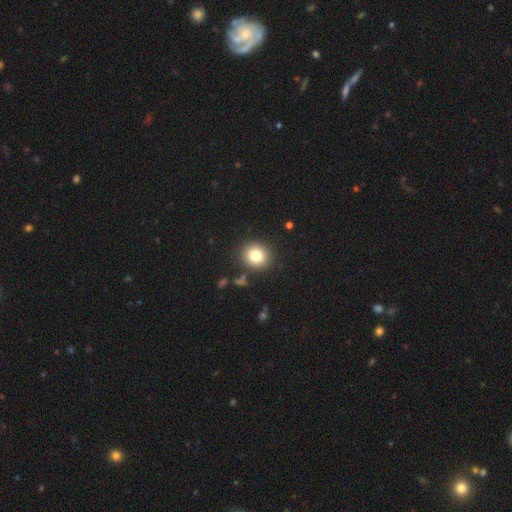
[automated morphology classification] smooth-or-featured: smooth: 80% | star or artifact: 12% | featured or disk: 8%
  how-rounded: round: 86% | in between: 13% | cigar-shaped: 1%
  merging: none: 87% | minor disturbance: 7% | major disturbance: 3% | merger: 3%